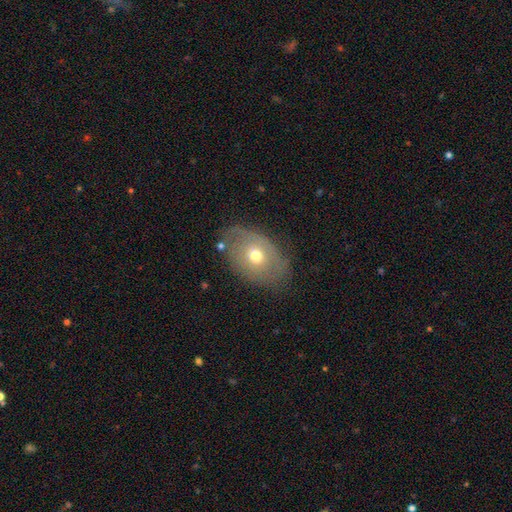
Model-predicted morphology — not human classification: A smooth galaxy with no disk features (51%) that is in between round and cigar-shaped (80%). Merging: none (70%).